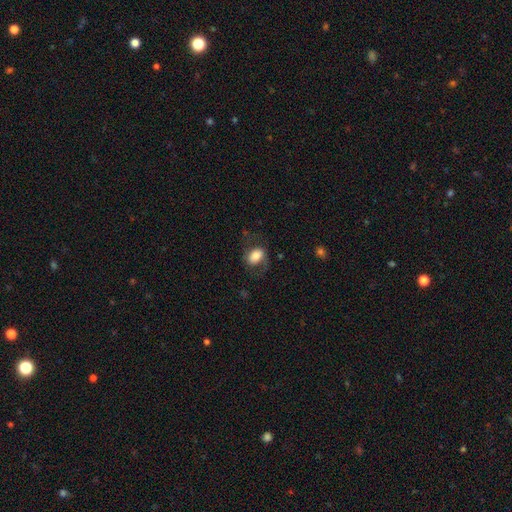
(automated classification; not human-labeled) Smooth or featured? Predicted: smooth (p=0.72). How rounded? Predicted: in between (p=0.78). Merging? Predicted: none (p=0.65).